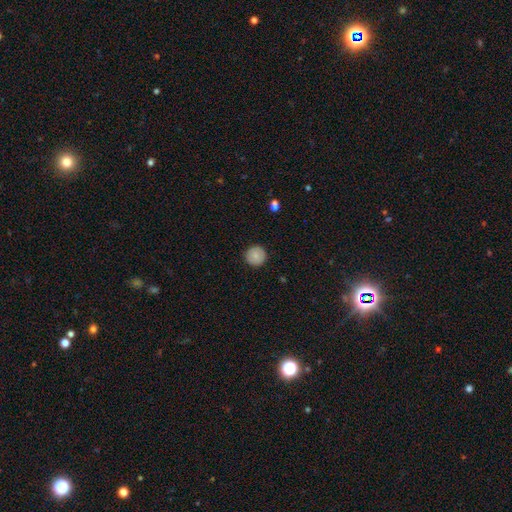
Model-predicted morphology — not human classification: The model was most divided on "smooth or featured": smooth: 81%, featured or disk: 11%, star or artifact: 8%. More confident: how rounded — round (95%); merging — none (91%).